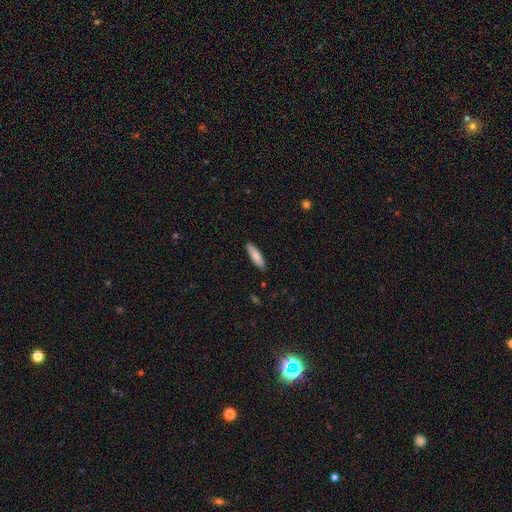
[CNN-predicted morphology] type=smooth (83%); roundness=cigar-shaped (69%); merging=none (89%).